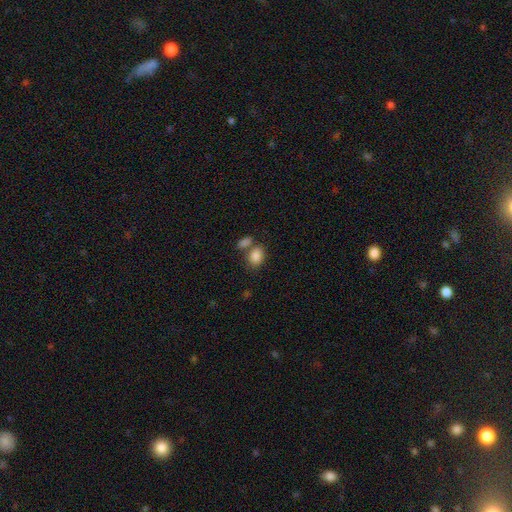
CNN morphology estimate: smooth-or-featured: smooth: 86% | star or artifact: 8% | featured or disk: 6%
  how-rounded: in between: 80% | round: 19% | cigar-shaped: 1%
  merging: none: 54% | merger: 30% | minor disturbance: 12% | major disturbance: 4%